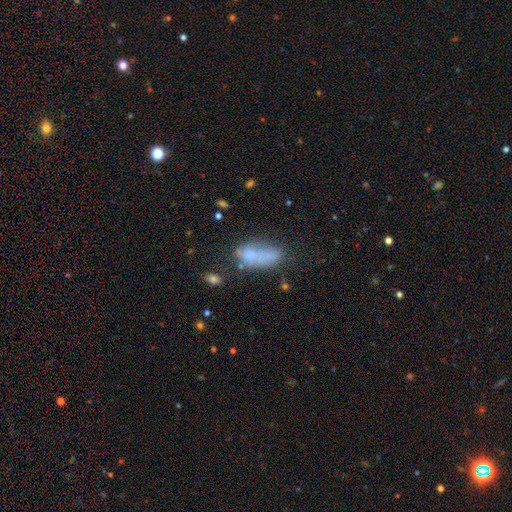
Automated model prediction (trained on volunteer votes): A smooth galaxy with no disk features (63%) that is in between round and cigar-shaped (82%).

Vote fractions:
- Smooth or featured? smooth: 63% / featured or disk: 24% / star or artifact: 13%
- How rounded? in between: 82% / cigar-shaped: 13% / round: 5%
- Merging? none: 34% / minor disturbance: 23% / merger: 21% / major disturbance: 21%